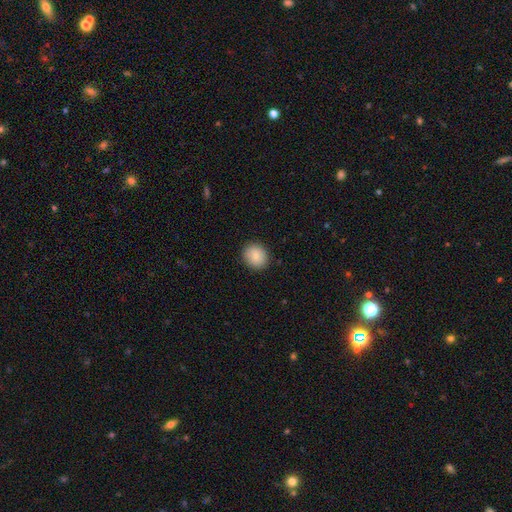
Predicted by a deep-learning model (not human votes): Q: Smooth or featured?
A: smooth (84%); runner-up: star or artifact (8%)
Q: How rounded?
A: round (81%); runner-up: in between (18%)
Q: Merging?
A: none (90%); runner-up: minor disturbance (7%)